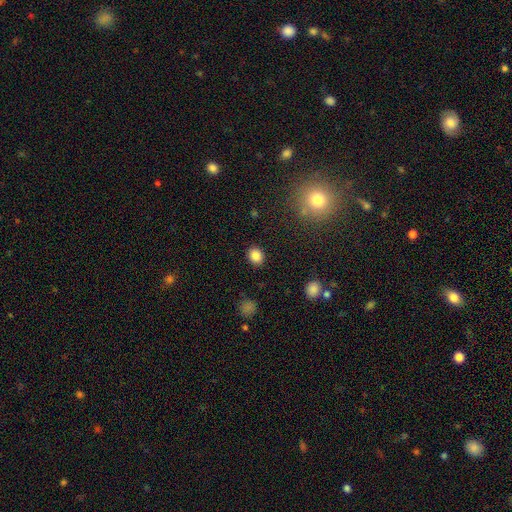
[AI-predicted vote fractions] Morphology: type=smooth (85%); roundness=round (56%); merging=none (89%).